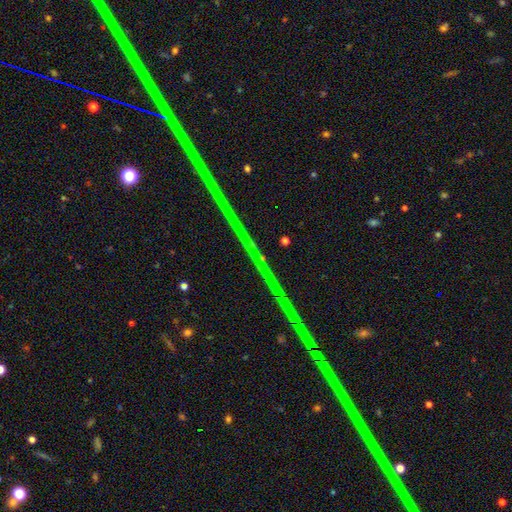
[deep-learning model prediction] Overall: star or artifact (88%).